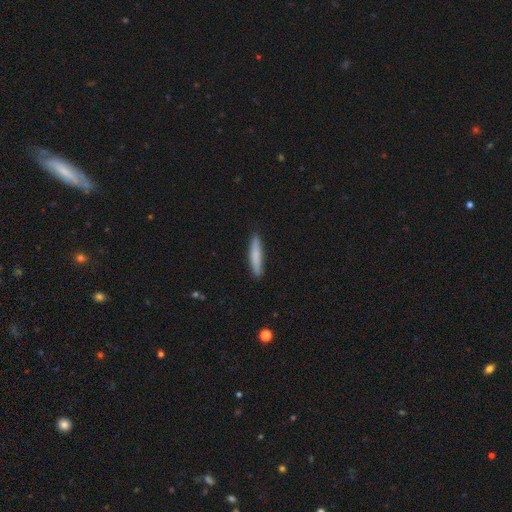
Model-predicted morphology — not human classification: Smooth or featured: smooth — 79% (featured or disk — 15%)
How rounded: cigar-shaped — 90% (in between — 9%)
Merging: none — 89% (minor disturbance — 8%)